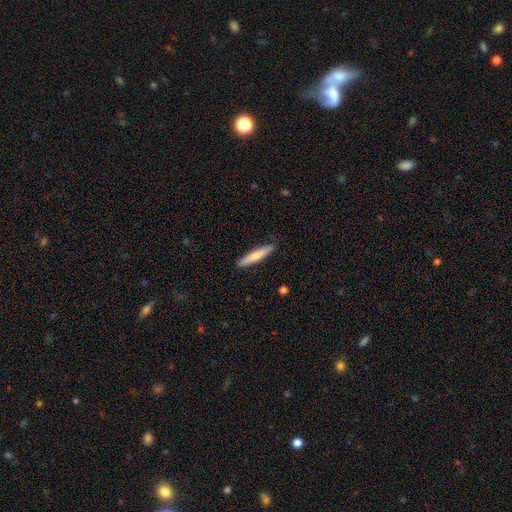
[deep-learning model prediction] Smooth or featured? smooth (72%)
How rounded? cigar-shaped (92%)
Merging? none (88%)